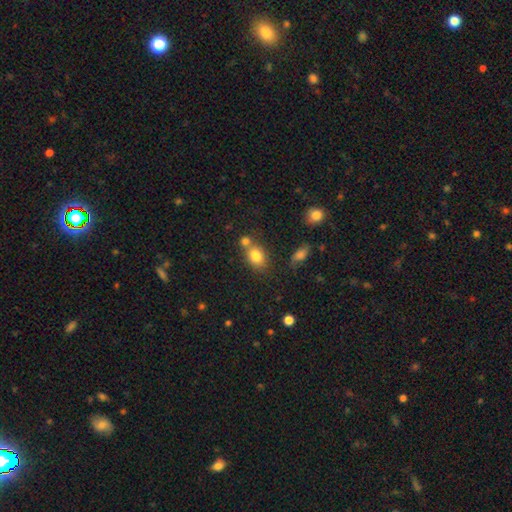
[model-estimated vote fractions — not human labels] Smooth or featured: smooth — 80% (star or artifact — 10%)
How rounded: in between — 61% (round — 38%)
Merging: none — 54% (merger — 30%)